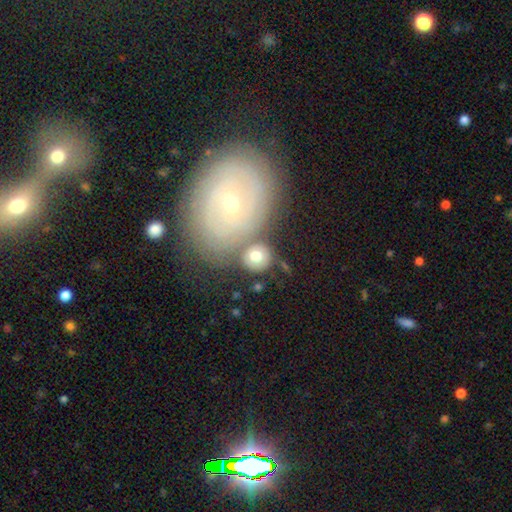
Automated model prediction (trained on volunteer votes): Smooth or featured?
  - smooth: 71% *
  - featured or disk: 21%
  - star or artifact: 9%
How rounded?
  - round: 83% *
  - in between: 16%
  - cigar-shaped: 1%
Merging?
  - none: 67% *
  - merger: 16%
  - minor disturbance: 12%
  - major disturbance: 5%